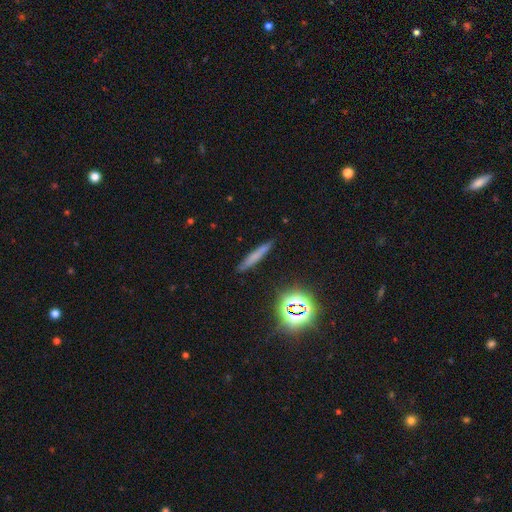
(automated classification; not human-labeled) This is likely a smooth galaxy (61%). How rounded: clearly cigar-shaped (92%). Merging: clearly none (86%).